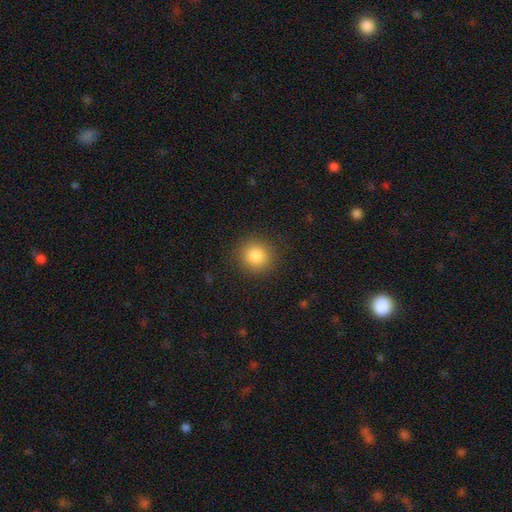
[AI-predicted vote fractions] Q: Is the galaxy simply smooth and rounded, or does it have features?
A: smooth — 84%.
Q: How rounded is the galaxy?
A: round — 91%.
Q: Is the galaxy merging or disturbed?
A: none — 89%.